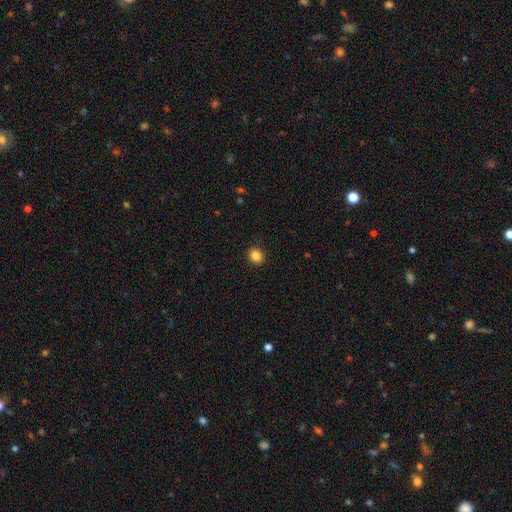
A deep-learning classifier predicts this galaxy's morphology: smooth-or-featured: smooth: 85% | star or artifact: 11% | featured or disk: 4%
  how-rounded: round: 75% | in between: 24% | cigar-shaped: 1%
  merging: none: 90% | minor disturbance: 7% | major disturbance: 2% | merger: 1%